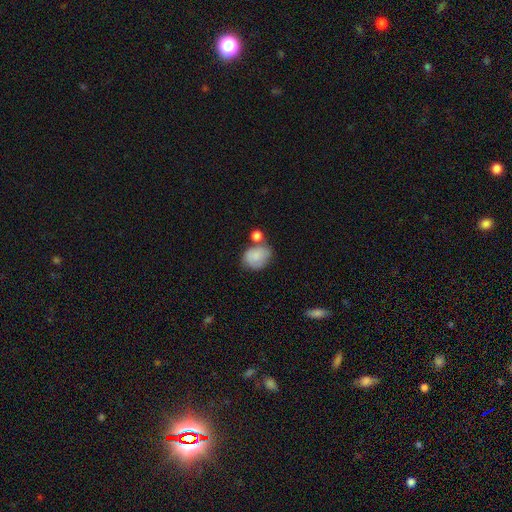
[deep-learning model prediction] Smooth or featured? smooth (79%)
How rounded? in between (56%)
Merging? none (47%)